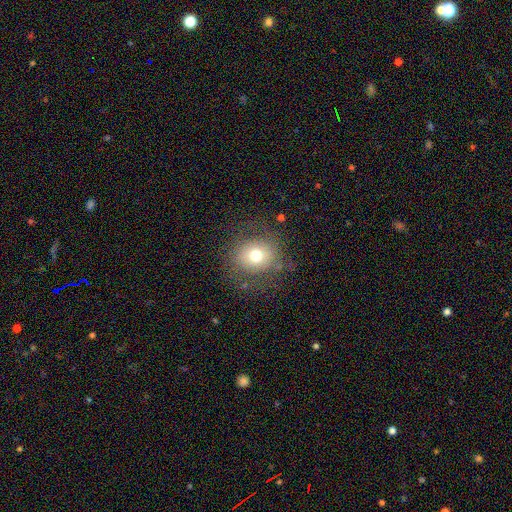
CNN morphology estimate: smooth-or-featured: smooth: 68% | featured or disk: 18% | star or artifact: 14%
  how-rounded: round: 79% | in between: 20% | cigar-shaped: 1%
  merging: none: 73% | minor disturbance: 15% | major disturbance: 11% | merger: 1%